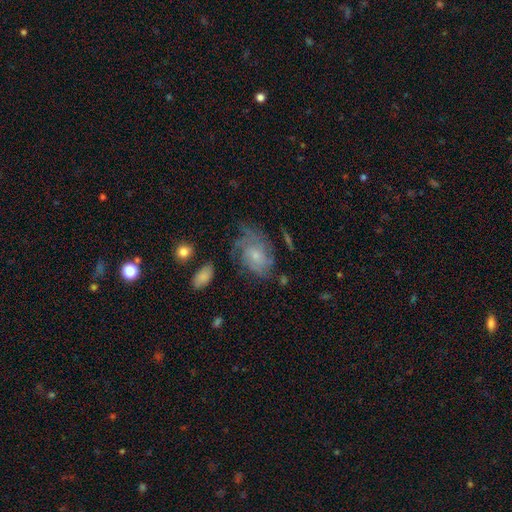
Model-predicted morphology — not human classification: Smooth or featured?
  - featured or disk: 59% *
  - smooth: 32%
  - star or artifact: 9%
Edge-on disk?
  - no: 96% *
  - yes: 4%
Bar?
  - no: 79% *
  - weak: 19%
  - strong: 2%
Spiral arms?
  - yes: 77% *
  - no: 23%
Bulge size?
  - small: 66% *
  - moderate: 26%
  - none: 5%
  - large: 2%
  - dominant: 1%
Merging?
  - none: 48% *
  - minor disturbance: 27%
  - major disturbance: 22%
  - merger: 3%